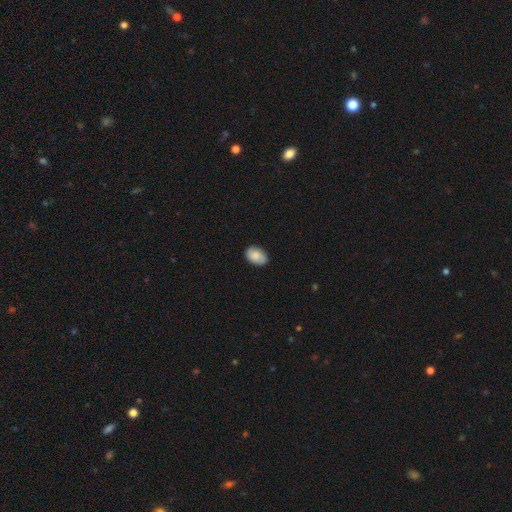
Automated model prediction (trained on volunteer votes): smooth_or_featured: smooth (p=0.77) [alt: featured or disk p=0.16]
how_rounded: in between (p=0.82) [alt: round p=0.17]
merging: none (p=0.84) [alt: minor disturbance p=0.13]